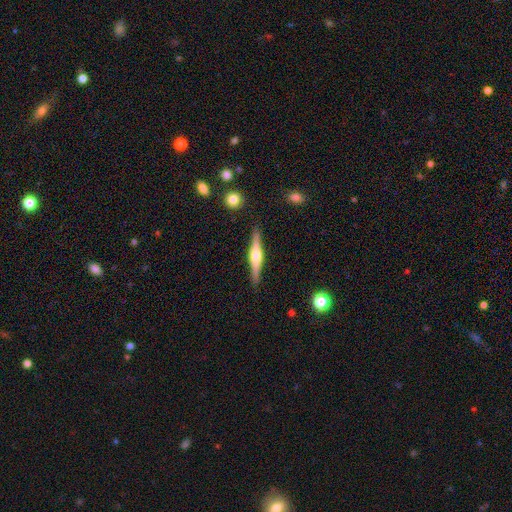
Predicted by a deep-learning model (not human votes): This is likely a featured or disk galaxy (77%). It is clearly viewed edge-on (98%). Edge-on bulge: clearly rounded (84%). Merging: clearly none (90%).